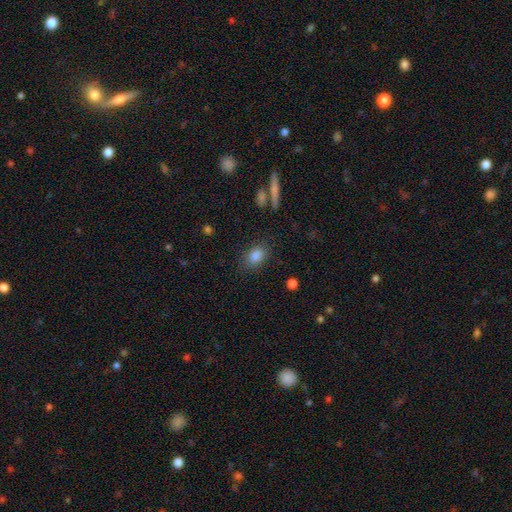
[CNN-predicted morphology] Smooth or featured? Predicted: smooth (p=0.85). How rounded? Predicted: in between (p=0.77). Merging? Predicted: none (p=0.80).